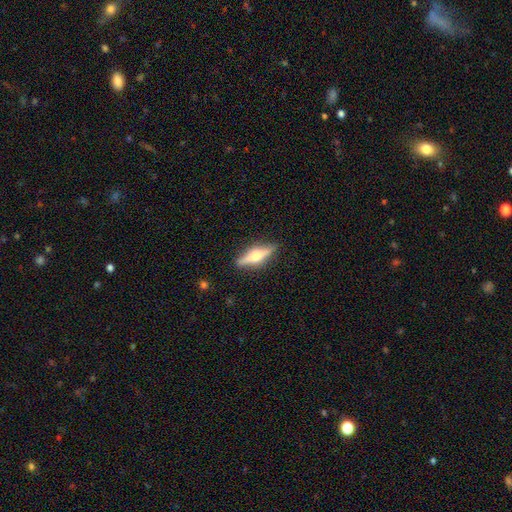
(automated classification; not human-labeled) Overall: featured or disk (64%; smooth 30%). Edge-on disk: yes (95%). Edge-on bulge: rounded (94%). Merging: none (87%).